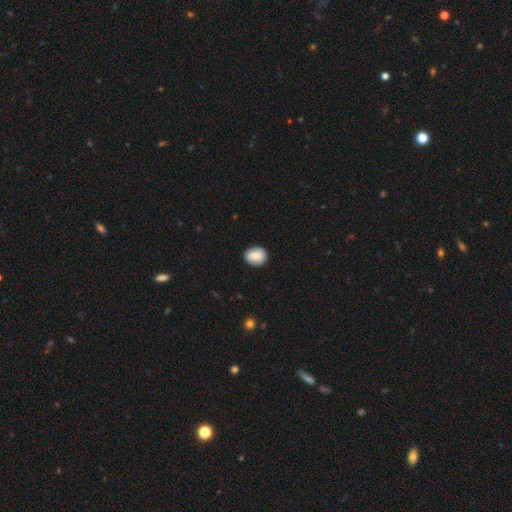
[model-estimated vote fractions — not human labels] Smooth or featured? Predicted: smooth (p=0.78). How rounded? Predicted: round (p=0.73). Merging? Predicted: none (p=0.87).